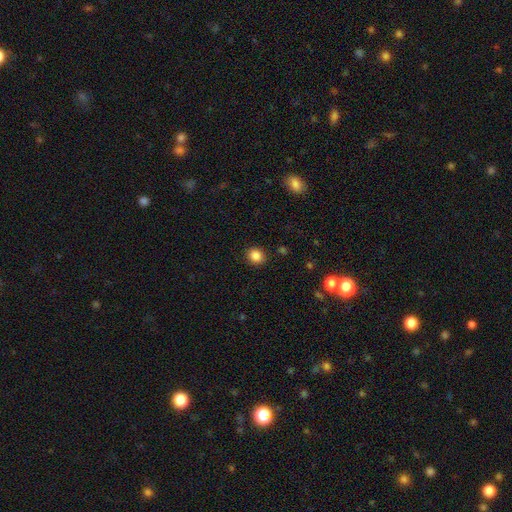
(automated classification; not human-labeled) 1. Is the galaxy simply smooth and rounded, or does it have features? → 86% smooth, 10% star or artifact, 4% featured or disk.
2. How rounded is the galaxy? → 78% round, 21% in between, 1% cigar-shaped.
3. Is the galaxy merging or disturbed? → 90% none, 7% minor disturbance, 2% major disturbance, 1% merger.